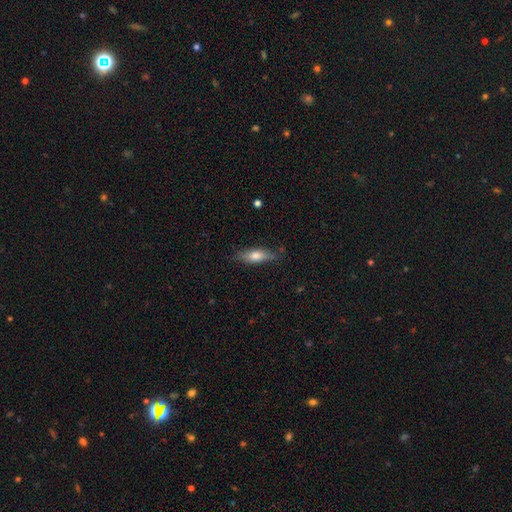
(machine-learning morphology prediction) smooth 66%, featured or disk 27%, star or artifact 7%. Down the decision tree: how rounded — in between (54%); merging — none (78%).